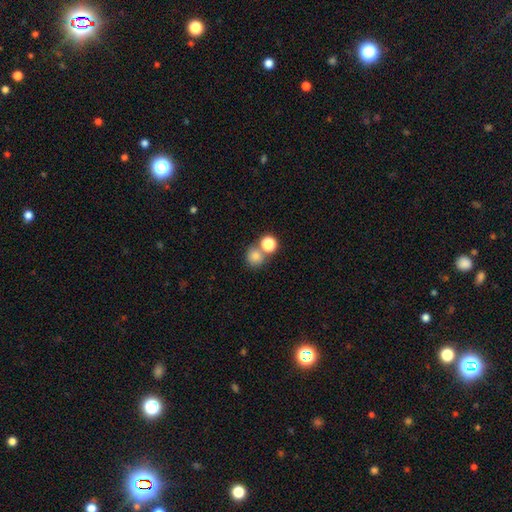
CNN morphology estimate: A smooth galaxy with no disk features (78%) that is round (87%).

Vote fractions:
- Smooth or featured? smooth: 78% / star or artifact: 14% / featured or disk: 8%
- How rounded? round: 87% / in between: 12% / cigar-shaped: 1%
- Merging? none: 58% / merger: 31% / minor disturbance: 7% / major disturbance: 3%